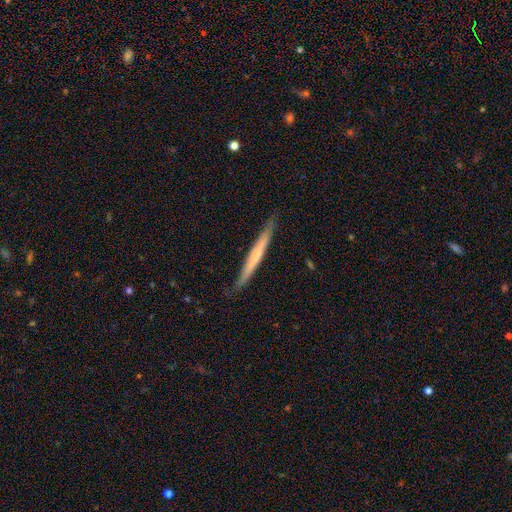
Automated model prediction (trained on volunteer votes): A smooth galaxy with no disk features (50%).

Vote fractions:
- Smooth or featured? smooth: 50% / featured or disk: 45% / star or artifact: 5%
- Merging? none: 84% / minor disturbance: 13% / major disturbance: 2% / merger: 1%